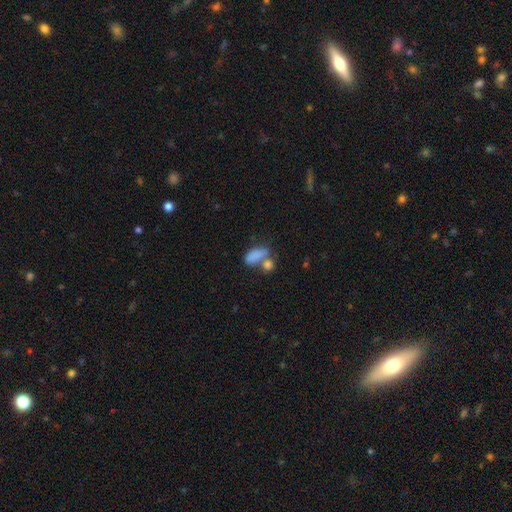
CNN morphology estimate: This appears to be a smooth galaxy with no disk features (81%) that is in between round and cigar-shaped (80%). Merging: merger (43%).